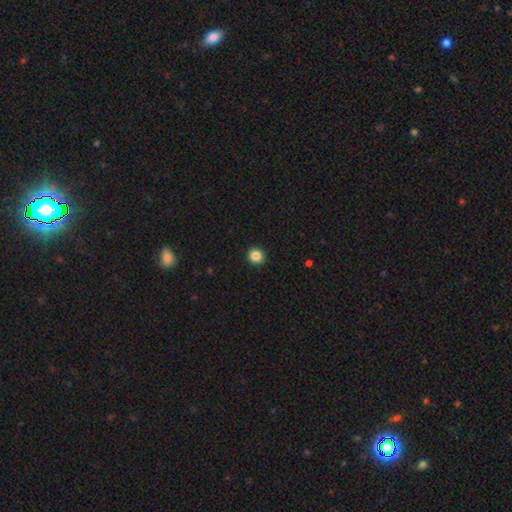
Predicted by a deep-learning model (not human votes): Smooth or featured?
  - smooth: 86% *
  - star or artifact: 10%
  - featured or disk: 3%
How rounded?
  - round: 90% *
  - in between: 9%
  - cigar-shaped: 1%
Merging?
  - none: 93% *
  - minor disturbance: 5%
  - major disturbance: 2%
  - merger: 1%